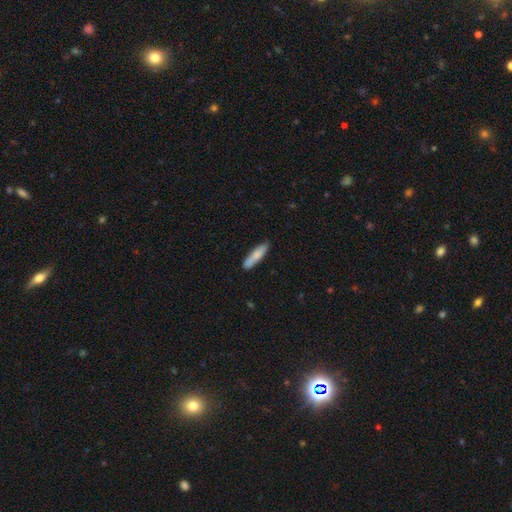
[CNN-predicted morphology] The model was most divided on "how rounded": cigar-shaped: 76%, in between: 23%, round: 1%. More confident: merging — none (80%); smooth or featured — smooth (78%).